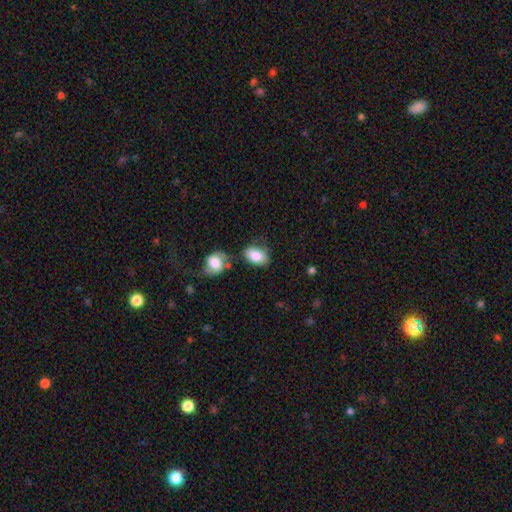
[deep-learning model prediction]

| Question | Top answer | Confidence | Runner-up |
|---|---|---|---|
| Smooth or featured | smooth | 83% | featured or disk (11%) |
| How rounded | in between | 85% | round (14%) |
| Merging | none | 54% | minor disturbance (22%) |